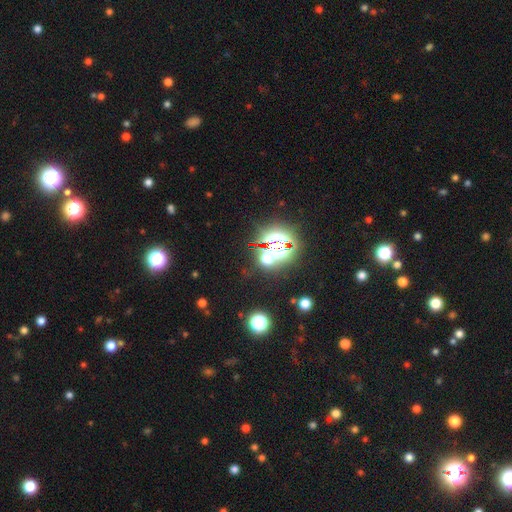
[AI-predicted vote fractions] Q: Smooth or featured?
A: star or artifact (81%); runner-up: smooth (12%)